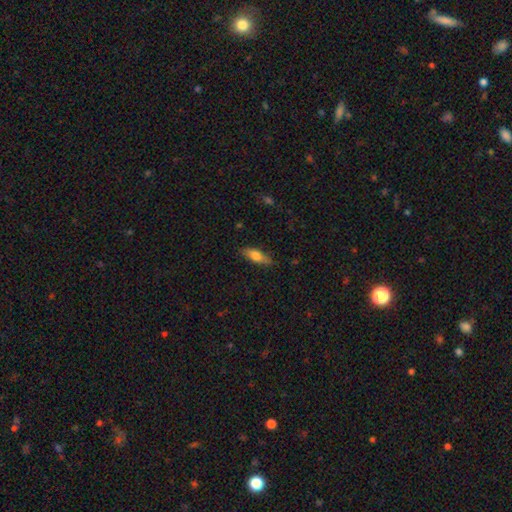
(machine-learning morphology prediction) This appears to be a smooth galaxy with no disk features (68%) that is in between round and cigar-shaped (59%). Merging: none (81%).